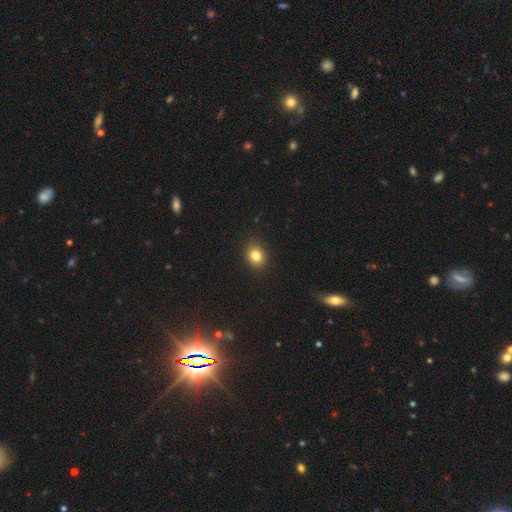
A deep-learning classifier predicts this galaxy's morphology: A smooth galaxy with no disk features (82%) that is round (54%). Merging: none (89%).